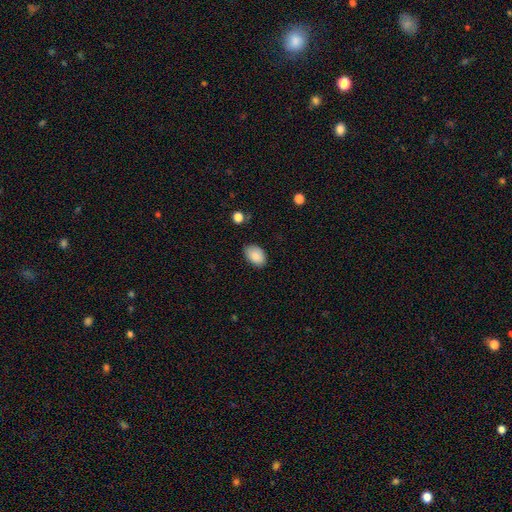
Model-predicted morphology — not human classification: A smooth galaxy with no disk features (88%) that is in between round and cigar-shaped (85%).

Vote fractions:
- Smooth or featured? smooth: 88% / star or artifact: 7% / featured or disk: 4%
- How rounded? in between: 85% / round: 14% / cigar-shaped: 1%
- Merging? none: 80% / minor disturbance: 15% / major disturbance: 3% / merger: 1%